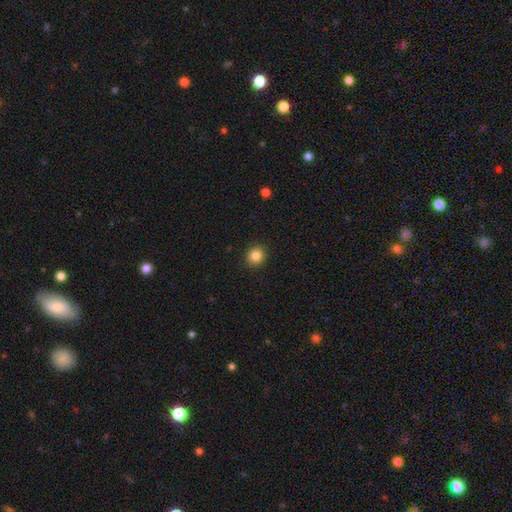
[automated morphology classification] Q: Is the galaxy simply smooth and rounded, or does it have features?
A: smooth — 85%.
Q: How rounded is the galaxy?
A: round — 84%.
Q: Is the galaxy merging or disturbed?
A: none — 91%.